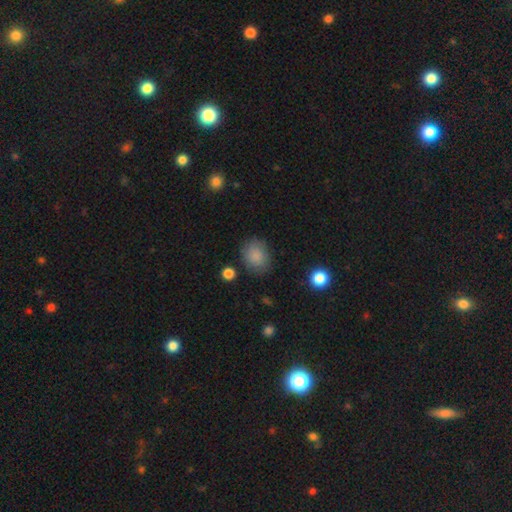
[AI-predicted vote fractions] A smooth galaxy with no disk features (84%) that is round (54%). Merging: none (78%).